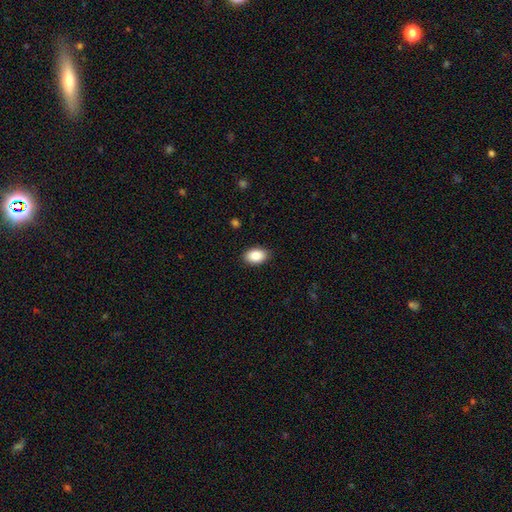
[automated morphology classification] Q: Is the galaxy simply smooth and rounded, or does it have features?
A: smooth — 88%.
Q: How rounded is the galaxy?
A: in between — 89%.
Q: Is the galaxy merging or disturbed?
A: none — 88%.